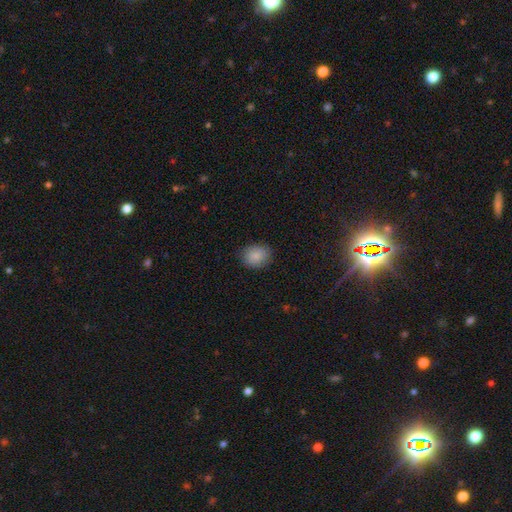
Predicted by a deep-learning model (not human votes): A smooth galaxy with no disk features (87%) that is round (55%). Merging: none (86%).